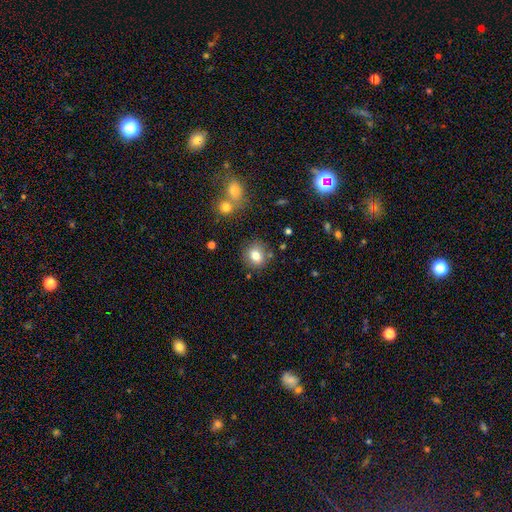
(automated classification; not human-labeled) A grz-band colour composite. It shows a smooth galaxy with no disk features (80%) that is round (68%). Merging: none (80%).